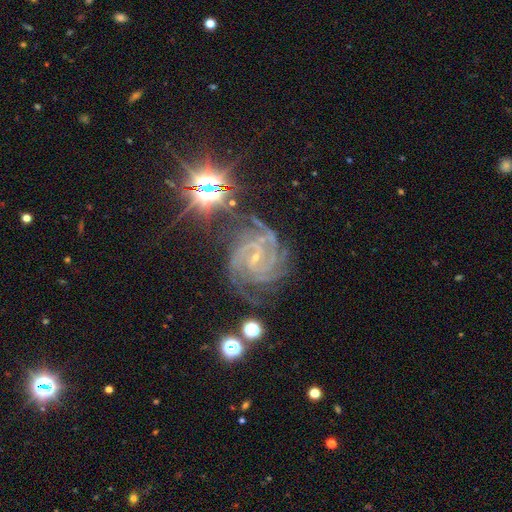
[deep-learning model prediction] Smooth or featured: featured or disk — 85% (star or artifact — 11%)
Edge-on disk: no — 98% (yes — 2%)
Bar: weak — 40% (no — 39%)
Spiral arms: yes — 99% (no — 1%)
Spiral winding: tight — 73% (medium — 24%)
Spiral arm count: 4 — 30% (3 — 25%)
Bulge size: small — 82% (moderate — 13%)
Merging: none — 71% (minor disturbance — 18%)